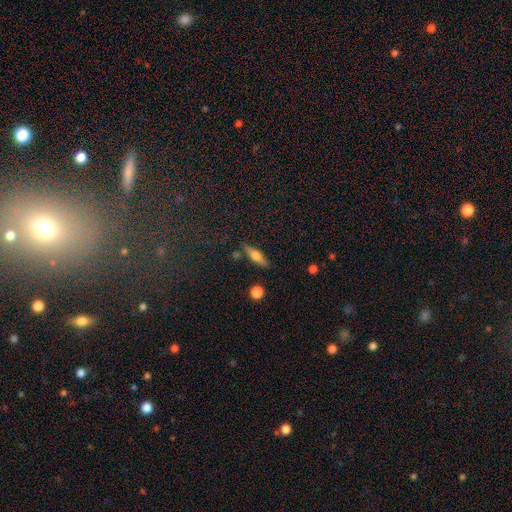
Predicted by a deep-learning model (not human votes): This appears to be a smooth galaxy with no disk features (53%) that is cigar-shaped (60%). Merging: none (81%).